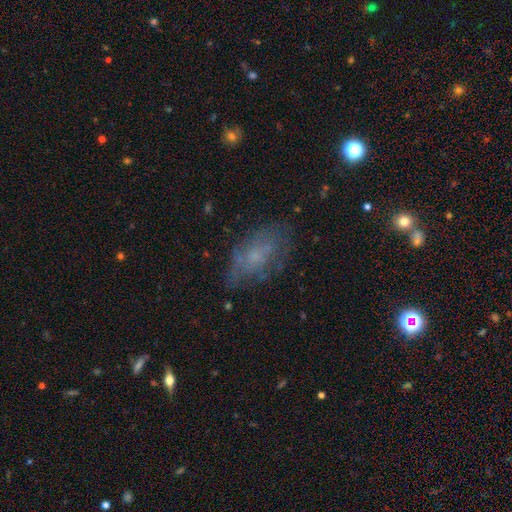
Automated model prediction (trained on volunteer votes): Smooth or featured? Predicted: smooth (p=0.43). Merging? Predicted: none (p=0.66).